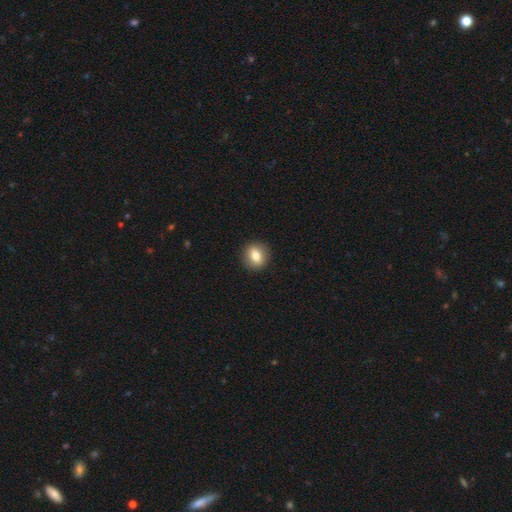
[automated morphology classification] smooth_or_featured: smooth (p=0.74) [alt: featured or disk p=0.17]
how_rounded: round (p=0.73) [alt: in between p=0.25]
merging: none (p=0.91) [alt: minor disturbance p=0.07]